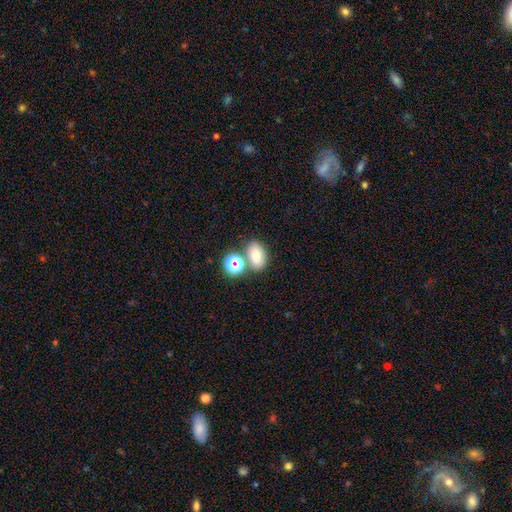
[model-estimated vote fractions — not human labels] This is likely a smooth galaxy (76%). How rounded: likely in between (76%). Merging: likely none (64%).